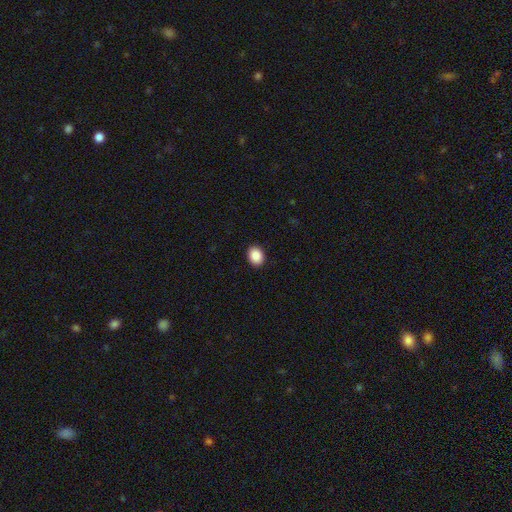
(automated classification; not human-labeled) A smooth galaxy with no disk features (89%) that is in between round and cigar-shaped (59%). Merging: none (91%).